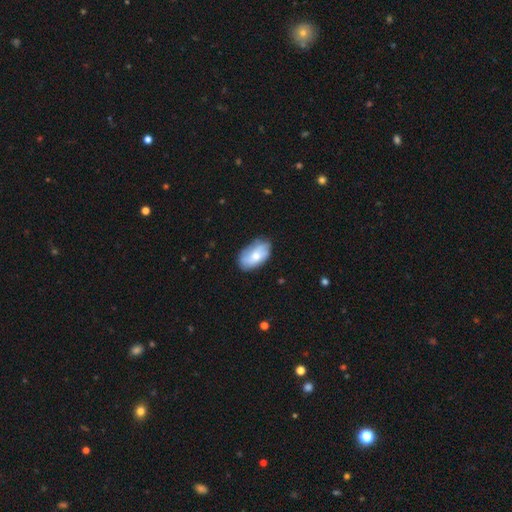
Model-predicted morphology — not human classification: Smooth or featured? Predicted: smooth (p=0.55). How rounded? Predicted: in between (p=0.92). Merging? Predicted: none (p=0.70).